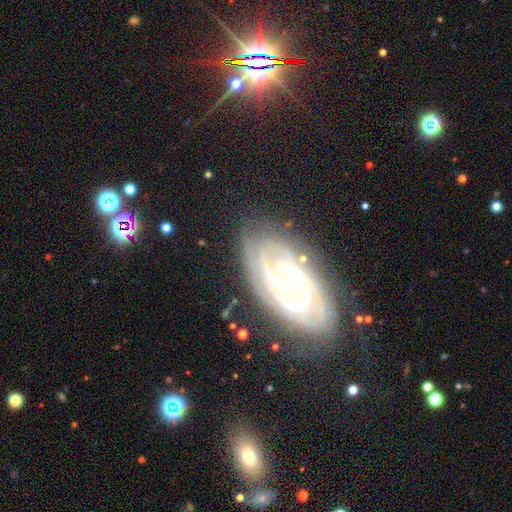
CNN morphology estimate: A featured or disk galaxy (84%) with no bar (53%), tight (80%) spiral arms (97%) and a moderate central bulge (60%).

Vote fractions:
- Smooth or featured? featured or disk: 84% / star or artifact: 9% / smooth: 7%
- Edge-on disk? no: 93% / yes: 7%
- Bar? no: 53% / weak: 30% / strong: 17%
- Spiral arms? yes: 97% / no: 3%
- Spiral winding? tight: 80% / medium: 17% / loose: 3%
- Spiral arm count? can't tell: 26% / 2: 25% / 3: 22% / 4: 12% / more than 4: 8% / 1: 6%
- Bulge size? moderate: 60% / small: 23% / large: 13% / none: 2% / dominant: 2%
- Merging? none: 81% / minor disturbance: 14% / major disturbance: 4% / merger: 1%